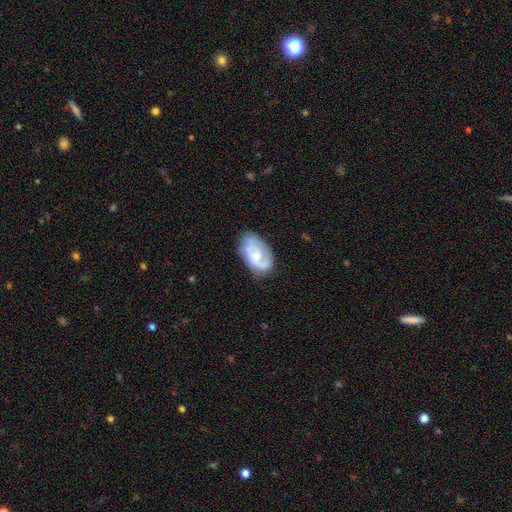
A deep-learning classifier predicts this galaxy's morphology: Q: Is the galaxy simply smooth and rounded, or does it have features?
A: featured or disk — 66%.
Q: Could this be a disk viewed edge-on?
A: no — 97%.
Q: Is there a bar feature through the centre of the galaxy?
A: no — 64%.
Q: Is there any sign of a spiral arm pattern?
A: yes — 86%.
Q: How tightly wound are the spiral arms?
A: medium — 42%.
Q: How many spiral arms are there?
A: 2 — 46%.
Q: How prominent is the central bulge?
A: small — 42%.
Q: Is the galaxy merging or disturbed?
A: none — 65%.